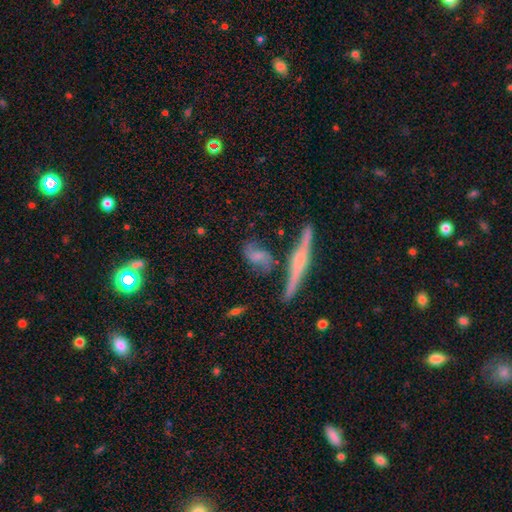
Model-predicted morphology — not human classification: type=featured or disk (67%); edge-on=no (65%); merging=none (59%).